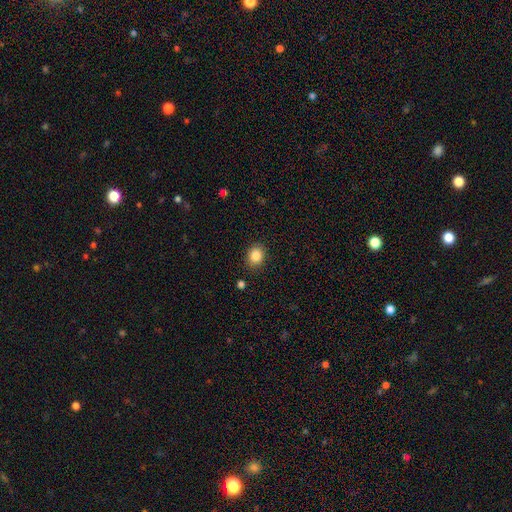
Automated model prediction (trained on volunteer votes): Overall: smooth (86%). How rounded: round (51%; in between 48%). Merging: none (87%).